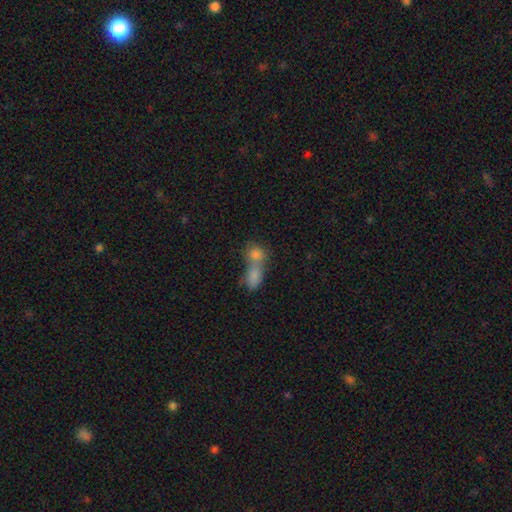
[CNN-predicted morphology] A smooth galaxy with no disk features (78%) that is in between round and cigar-shaped (51%). Merging: merger (69%).